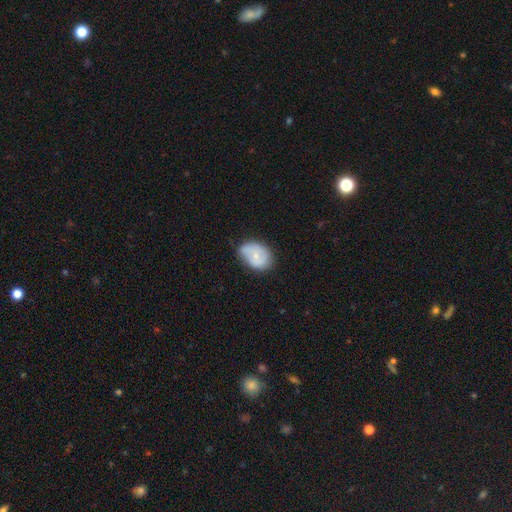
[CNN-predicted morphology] smooth-or-featured: smooth: 57% | featured or disk: 36% | star or artifact: 7%
  how-rounded: in between: 73% | round: 26% | cigar-shaped: 1%
  merging: none: 60% | minor disturbance: 31% | major disturbance: 7% | merger: 2%